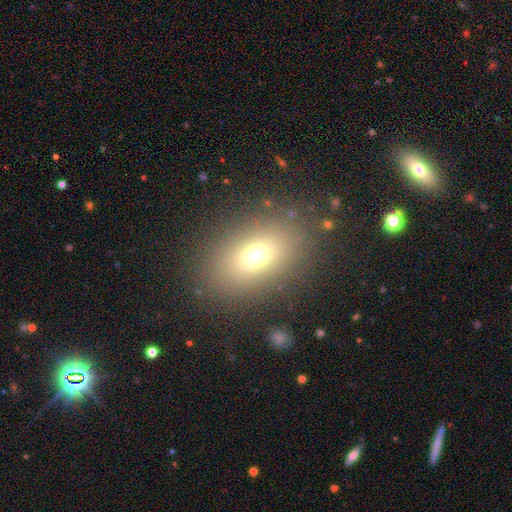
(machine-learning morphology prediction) Smooth or featured: smooth — 70% (star or artifact — 16%)
How rounded: in between — 76% (round — 22%)
Merging: none — 85% (minor disturbance — 8%)